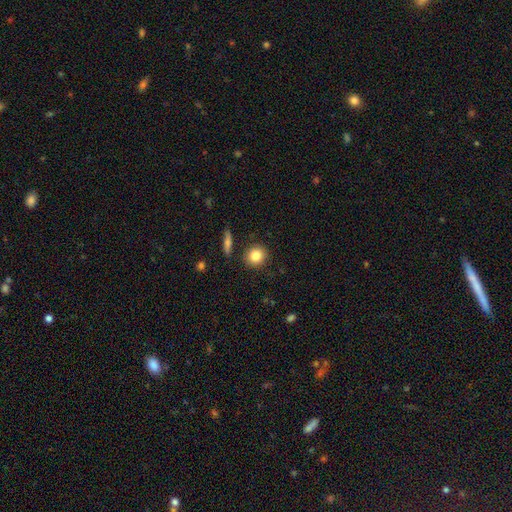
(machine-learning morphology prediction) The model was most divided on "smooth or featured": smooth: 84%, star or artifact: 9%, featured or disk: 8%. More confident: merging — none (88%); how rounded — round (87%).